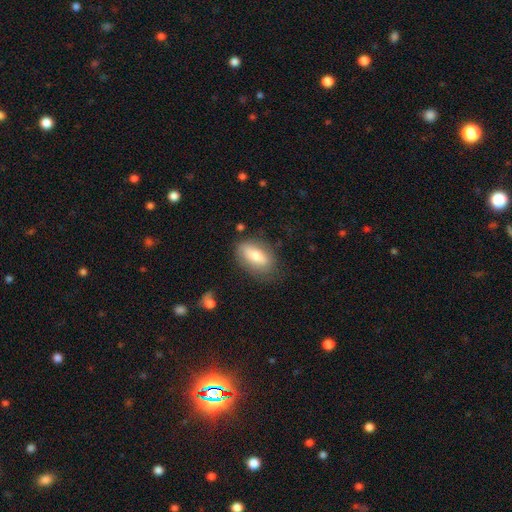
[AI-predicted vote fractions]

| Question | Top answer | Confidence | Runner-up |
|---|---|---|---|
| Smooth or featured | smooth | 68% | featured or disk (25%) |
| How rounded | in between | 88% | cigar-shaped (7%) |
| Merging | none | 72% | minor disturbance (20%) |